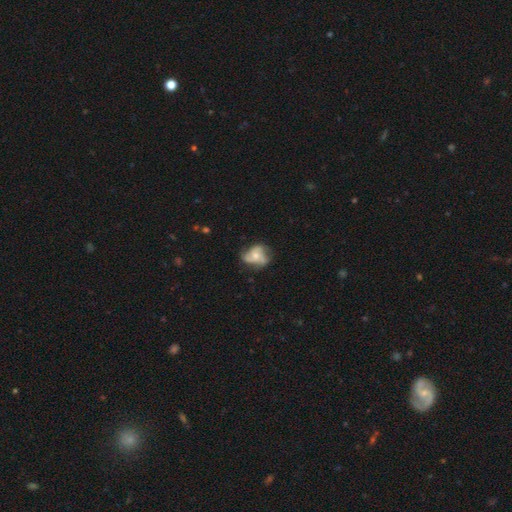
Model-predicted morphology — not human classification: The model was most divided on "bulge size": moderate: 47%, small: 45%, none: 4%, large: 3%, dominant: 1%. Remaining: edge-on disk — no (97%); spiral arms — yes (84%); bar — no (73%); smooth or featured — featured or disk (64%); spiral arm count — 3 (59%); merging — none (58%); spiral winding — medium (45%).